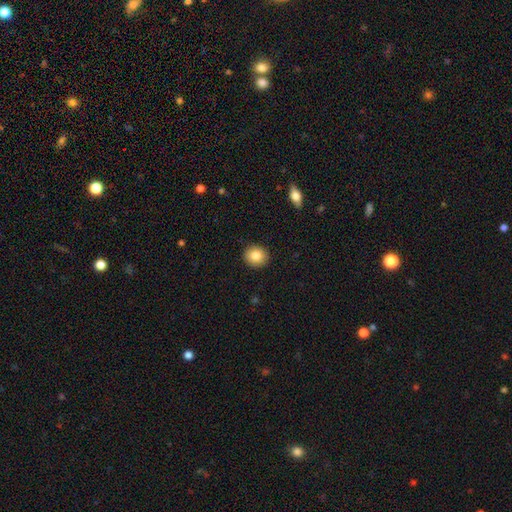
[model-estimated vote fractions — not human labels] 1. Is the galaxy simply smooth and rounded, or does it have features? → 83% smooth, 9% star or artifact, 8% featured or disk.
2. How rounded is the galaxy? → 82% round, 17% in between, 1% cigar-shaped.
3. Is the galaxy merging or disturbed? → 91% none, 6% minor disturbance, 2% major disturbance, 1% merger.